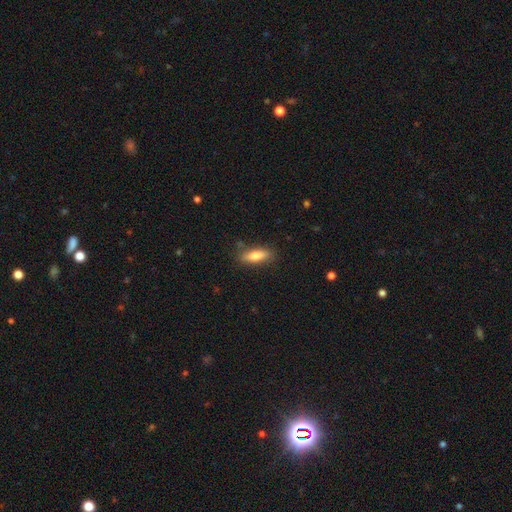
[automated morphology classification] smooth 75%, featured or disk 18%, star or artifact 7%. Down the decision tree: how rounded — in between (58%); merging — none (82%).